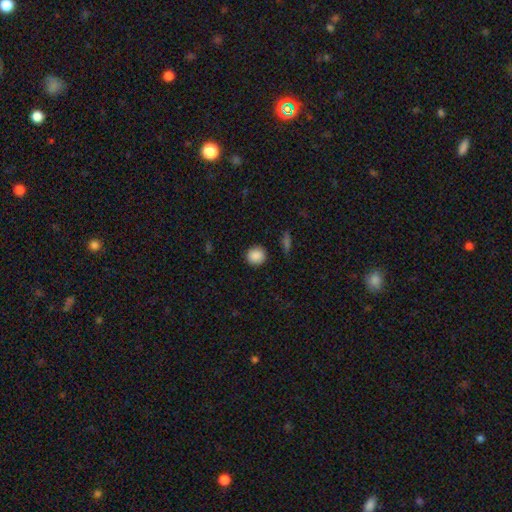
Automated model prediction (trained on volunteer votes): This is clearly a smooth galaxy (88%). How rounded: clearly round (91%). Merging: clearly none (90%).